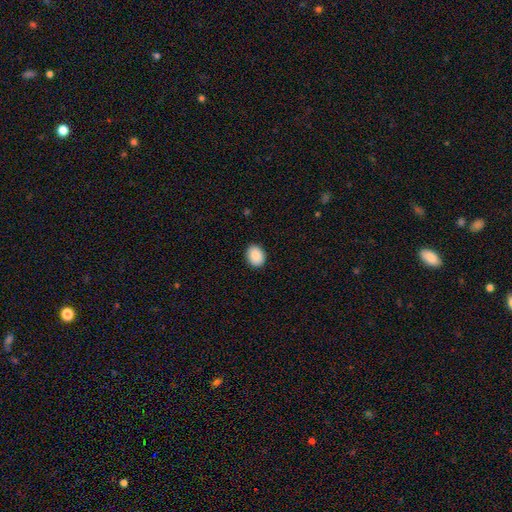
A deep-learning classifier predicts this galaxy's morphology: The model was most divided on "how rounded": in between: 58%, round: 41%, cigar-shaped: 1%. More confident: merging — none (90%); smooth or featured — smooth (89%).